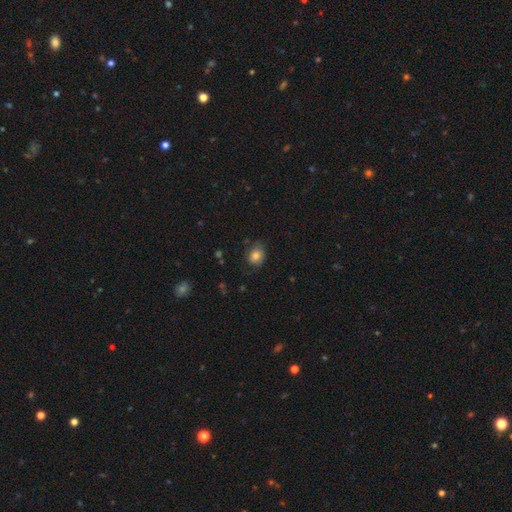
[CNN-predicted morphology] Smooth or featured? Predicted: smooth (p=0.81). How rounded? Predicted: round (p=0.62). Merging? Predicted: none (p=0.75).